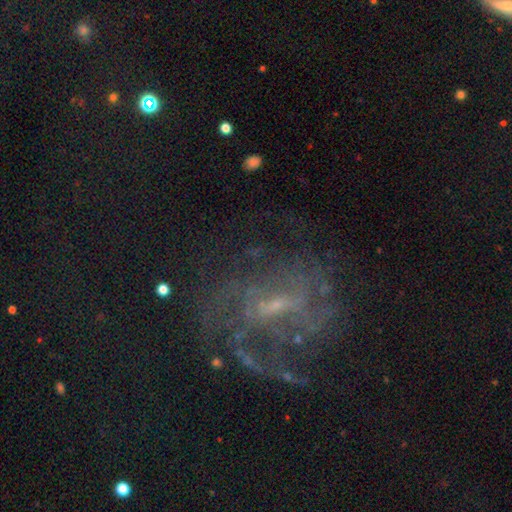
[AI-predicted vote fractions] Smooth or featured? featured or disk (73%)
Edge-on disk? no (96%)
Bar? weak (52%)
Spiral arms? yes (75%)
Spiral winding? medium (40%)
Spiral arm count? can't tell (47%)
Bulge size? small (64%)
Merging? none (53%)